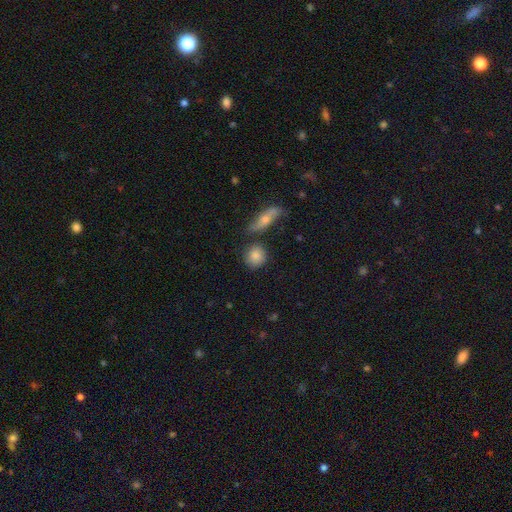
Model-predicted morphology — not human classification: This appears to be a smooth galaxy with no disk features (83%) that is round (74%). Merging: none (74%).